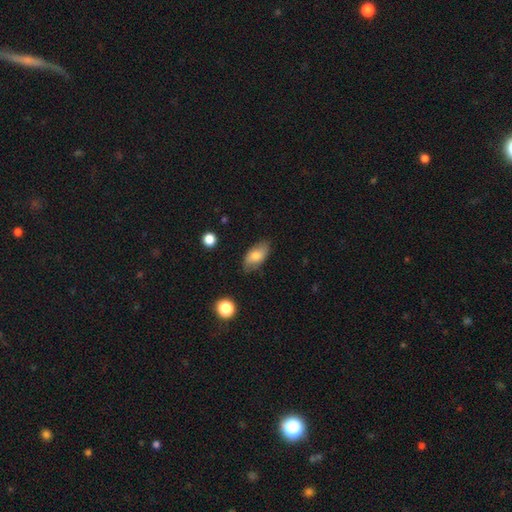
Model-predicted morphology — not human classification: Overall: smooth (74%). How rounded: in between (92%). Merging: none (76%).